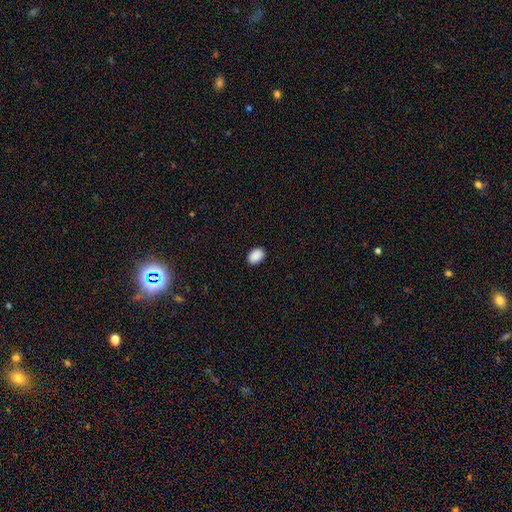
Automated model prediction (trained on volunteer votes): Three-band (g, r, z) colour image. It shows a smooth galaxy with no disk features (90%) that is in between round and cigar-shaped (83%). Merging: none (90%).